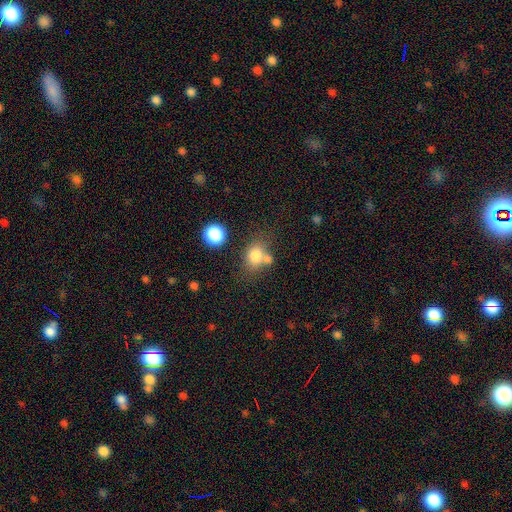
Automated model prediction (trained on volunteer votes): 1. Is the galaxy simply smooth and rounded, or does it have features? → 77% smooth, 12% star or artifact, 11% featured or disk.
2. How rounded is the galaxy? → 51% round, 48% in between, 1% cigar-shaped.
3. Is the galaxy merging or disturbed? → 49% none, 31% merger, 14% minor disturbance, 6% major disturbance.